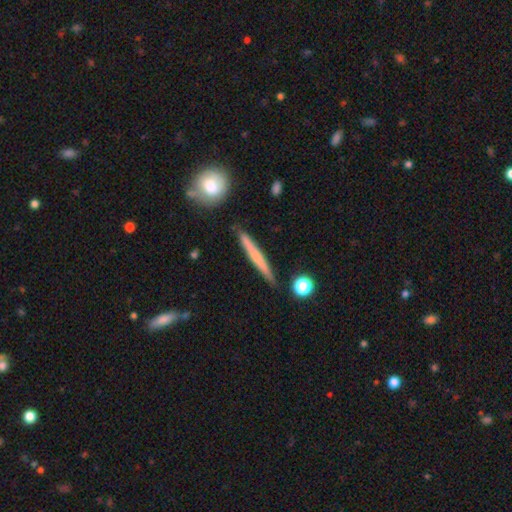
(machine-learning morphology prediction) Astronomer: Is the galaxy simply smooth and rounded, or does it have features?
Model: smooth — 52% (runner-up: featured or disk, 43%).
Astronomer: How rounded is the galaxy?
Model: cigar-shaped — 94%.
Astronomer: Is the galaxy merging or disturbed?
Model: none — 88%.